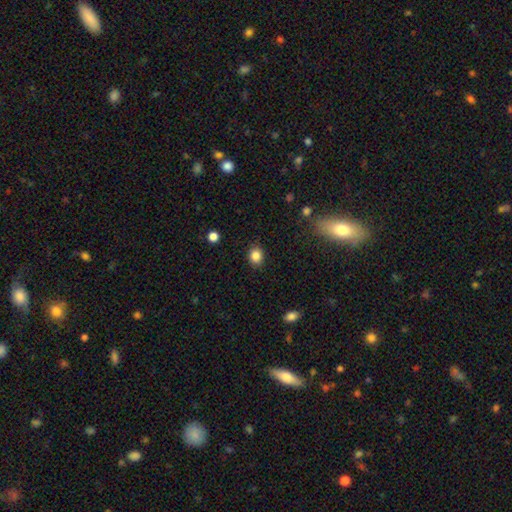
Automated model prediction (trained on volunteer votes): Smooth or featured? Predicted: smooth (p=0.85). How rounded? Predicted: round (p=0.60). Merging? Predicted: none (p=0.87).